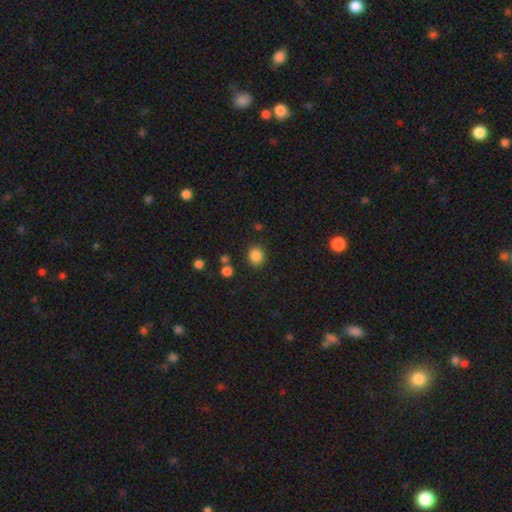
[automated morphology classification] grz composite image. It shows a smooth galaxy with no disk features (85%) that is round (77%). Merging: none (85%).